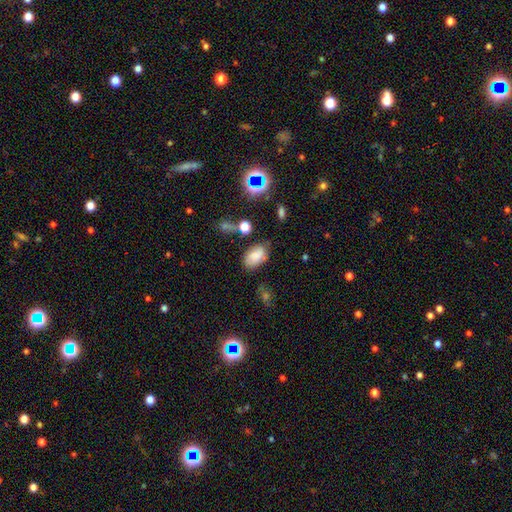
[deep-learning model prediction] Smooth or featured?
  - smooth: 74% *
  - featured or disk: 14%
  - star or artifact: 12%
How rounded?
  - in between: 89% *
  - round: 9%
  - cigar-shaped: 1%
Merging?
  - none: 64% *
  - minor disturbance: 23%
  - major disturbance: 7%
  - merger: 6%